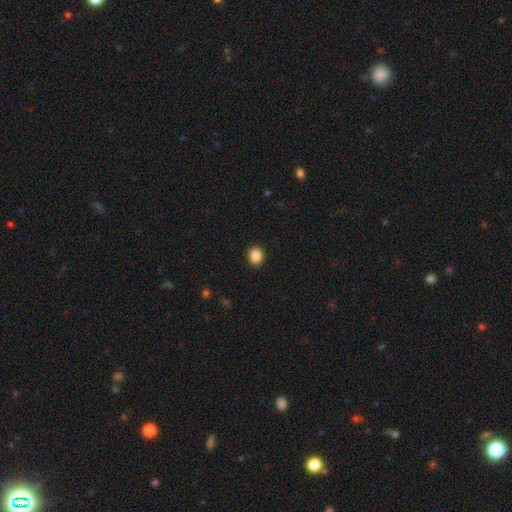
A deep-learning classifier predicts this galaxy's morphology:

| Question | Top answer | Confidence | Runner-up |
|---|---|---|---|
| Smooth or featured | smooth | 88% | star or artifact (9%) |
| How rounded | round | 72% | in between (27%) |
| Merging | none | 91% | minor disturbance (6%) |